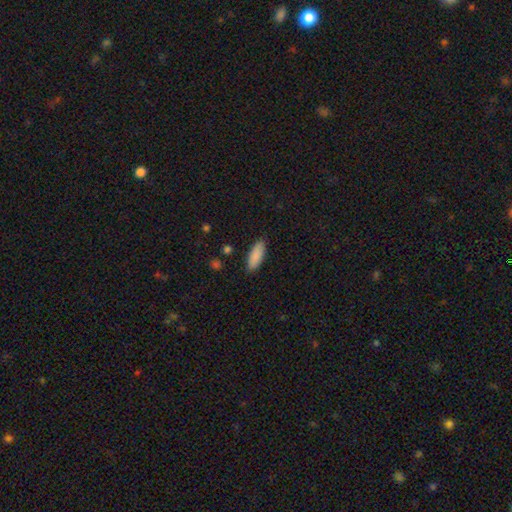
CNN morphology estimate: The model was most divided on "how rounded": in between: 70%, cigar-shaped: 28%, round: 2%. More confident: smooth or featured — smooth (88%); merging — none (87%).